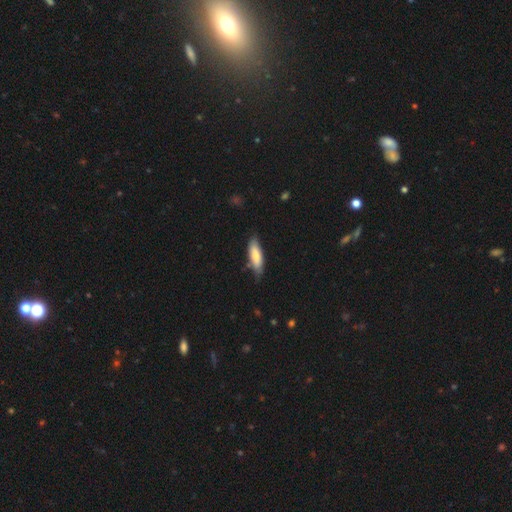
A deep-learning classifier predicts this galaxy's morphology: Smooth or featured?
  - smooth: 77% *
  - featured or disk: 17%
  - star or artifact: 5%
How rounded?
  - in between: 57% *
  - cigar-shaped: 42%
  - round: 2%
Merging?
  - none: 69% *
  - minor disturbance: 24%
  - major disturbance: 4%
  - merger: 2%